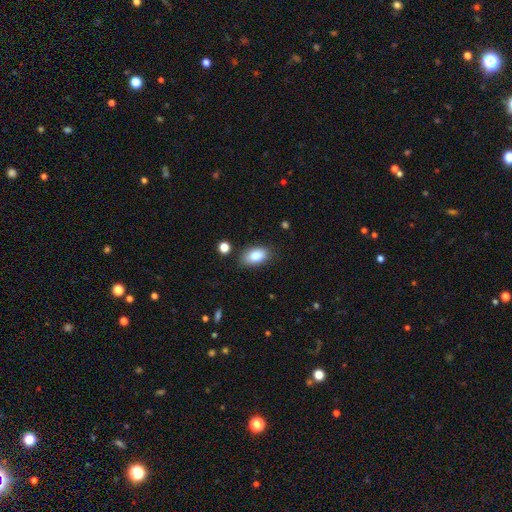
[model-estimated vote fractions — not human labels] A smooth galaxy with no disk features (85%) that is in between round and cigar-shaped (91%).

Vote fractions:
- Smooth or featured? smooth: 85% / star or artifact: 8% / featured or disk: 8%
- How rounded? in between: 91% / round: 6% / cigar-shaped: 2%
- Merging? none: 81% / minor disturbance: 13% / major disturbance: 3% / merger: 2%